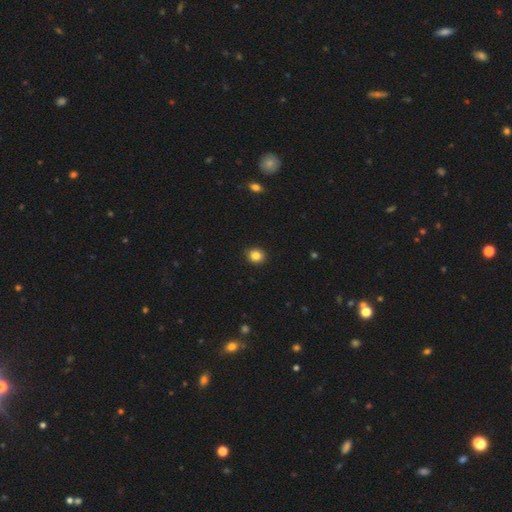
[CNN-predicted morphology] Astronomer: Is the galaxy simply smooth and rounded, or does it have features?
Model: smooth — 84%.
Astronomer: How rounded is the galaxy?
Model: round — 71%.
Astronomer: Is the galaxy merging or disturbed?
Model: none — 92%.